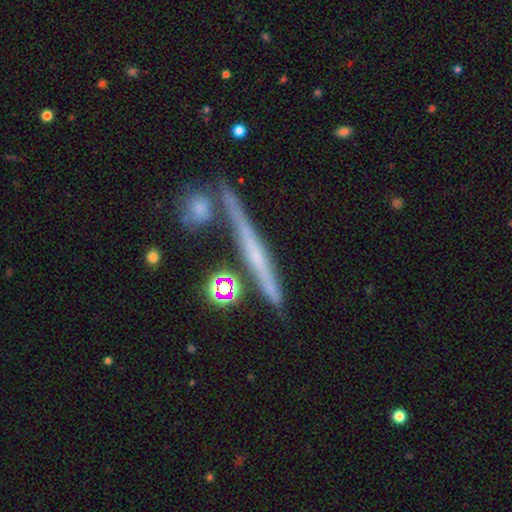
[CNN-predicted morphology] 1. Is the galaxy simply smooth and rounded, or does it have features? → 59% featured or disk, 32% smooth, 9% star or artifact.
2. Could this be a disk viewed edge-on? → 95% yes, 5% no.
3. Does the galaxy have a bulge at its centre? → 73% none, 20% rounded, 7% boxy.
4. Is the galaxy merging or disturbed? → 77% none, 11% minor disturbance, 9% merger, 3% major disturbance.